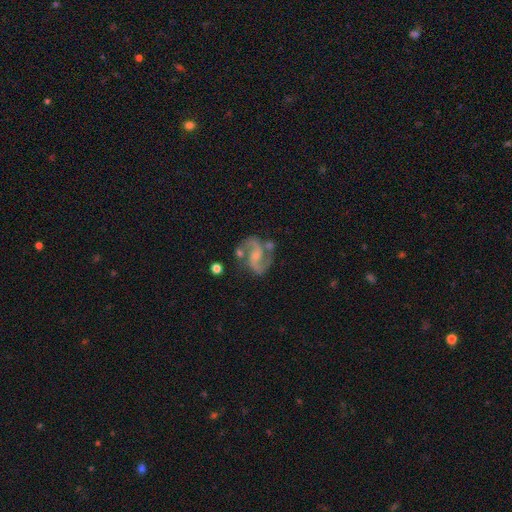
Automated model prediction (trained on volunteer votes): smooth-or-featured: featured or disk: 90% | star or artifact: 5% | smooth: 5%
  disk-edge-on: no: 98% | yes: 2%
    bar: no: 43% | weak: 42% | strong: 15%
    has-spiral-arms: yes: 98% | no: 2%
      spiral-winding: medium: 59% | loose: 28% | tight: 13%
      spiral-arm-count: 2: 93% | can't tell: 2% | 3: 1% | 1: 1% | 4: 1% | more than 4: 1%
    bulge-size: small: 47% | moderate: 29% | none: 20% | large: 3% | dominant: 1%
  merging: none: 66% | minor disturbance: 17% | merger: 9% | major disturbance: 8%